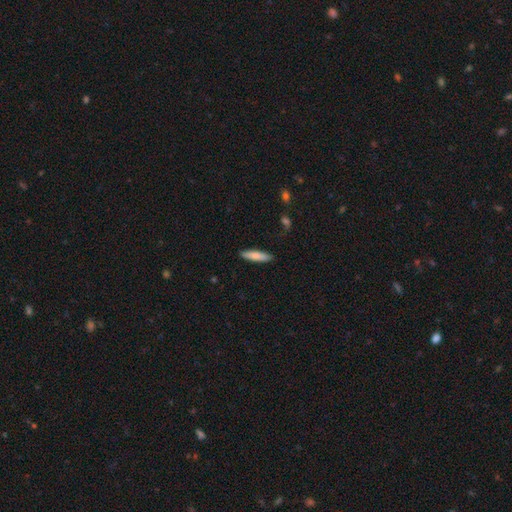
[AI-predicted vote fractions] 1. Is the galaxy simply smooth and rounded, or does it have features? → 78% smooth, 16% featured or disk, 6% star or artifact.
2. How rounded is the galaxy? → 76% cigar-shaped, 23% in between, 2% round.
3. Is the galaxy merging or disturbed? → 88% none, 9% minor disturbance, 2% major disturbance, 1% merger.